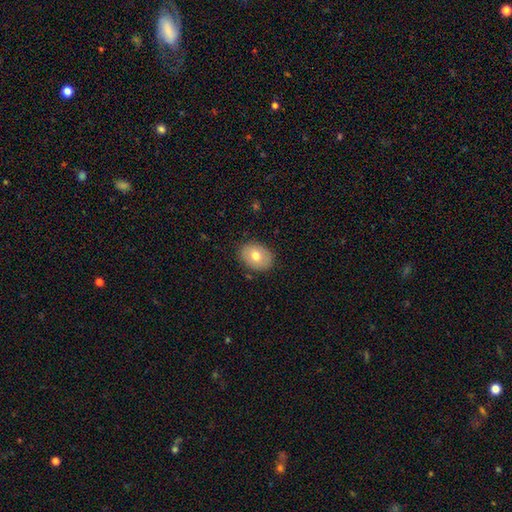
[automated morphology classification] This appears to be a smooth galaxy with no disk features (72%) that is in between round and cigar-shaped (70%). Merging: none (86%).